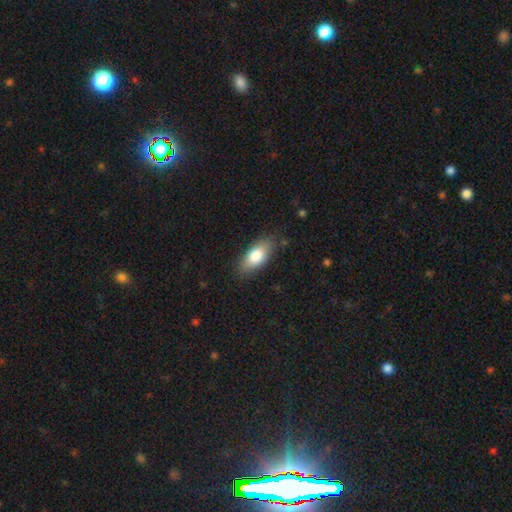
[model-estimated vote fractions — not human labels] Morphology: type=smooth (81%); roundness=in between (84%); merging=none (80%).